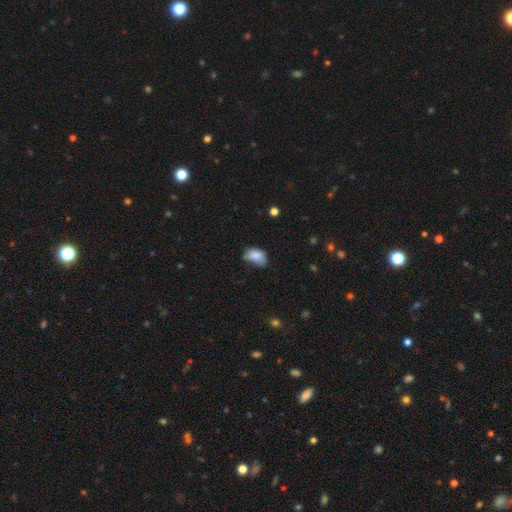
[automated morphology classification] Smooth or featured: smooth — 82% (featured or disk — 9%)
How rounded: in between — 84% (round — 14%)
Merging: none — 42% (minor disturbance — 41%)